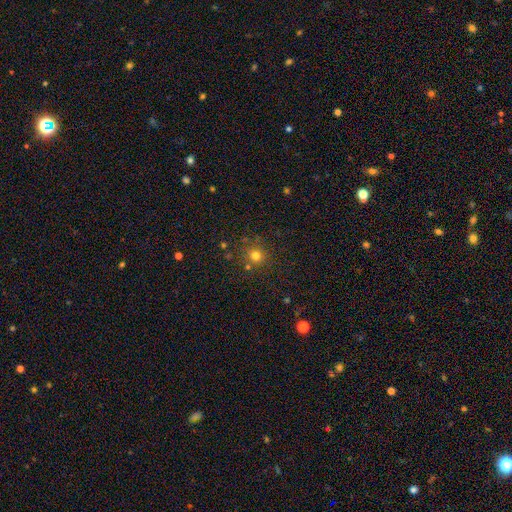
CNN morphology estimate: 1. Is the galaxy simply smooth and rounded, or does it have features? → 75% smooth, 18% star or artifact, 7% featured or disk.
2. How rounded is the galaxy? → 92% round, 7% in between, 1% cigar-shaped.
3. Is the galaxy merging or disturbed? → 81% none, 9% minor disturbance, 7% merger, 4% major disturbance.